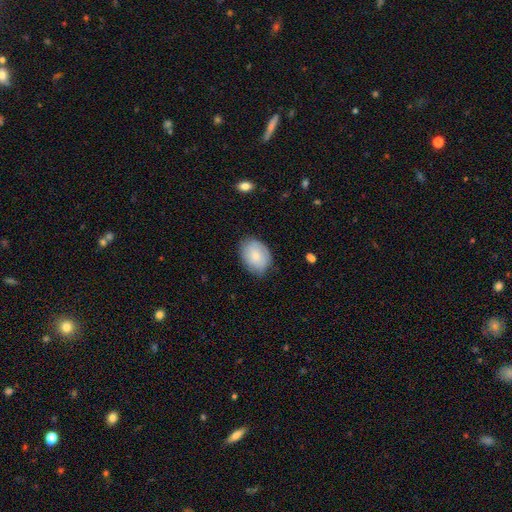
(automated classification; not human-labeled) A smooth galaxy with no disk features (75%) that is in between round and cigar-shaped (77%). Merging: none (75%).